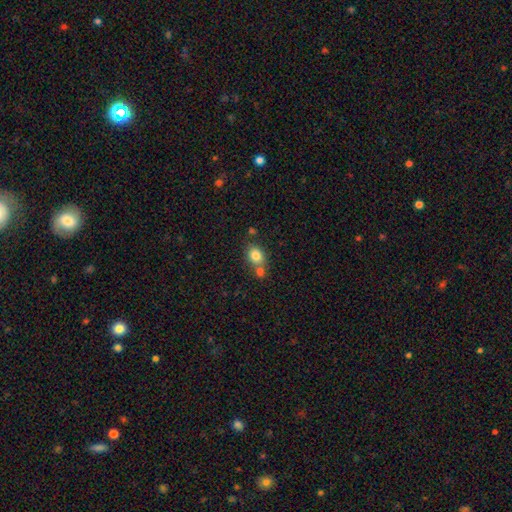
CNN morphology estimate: A smooth galaxy with no disk features (81%) that is round (55%).

Vote fractions:
- Smooth or featured? smooth: 81% / star or artifact: 10% / featured or disk: 9%
- How rounded? round: 55% / in between: 44% / cigar-shaped: 1%
- Merging? none: 52% / merger: 34% / minor disturbance: 11% / major disturbance: 3%